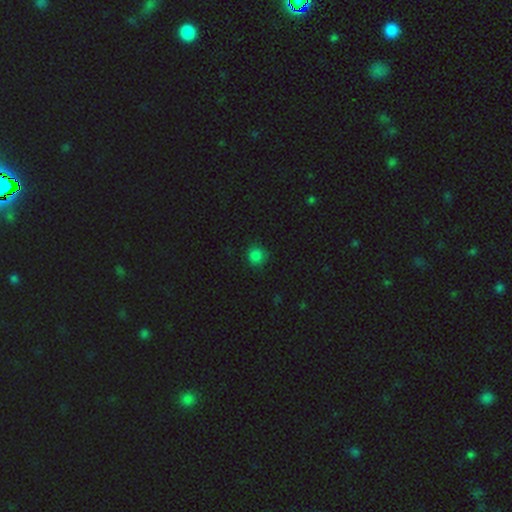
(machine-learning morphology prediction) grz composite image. It shows a smooth galaxy with no disk features (83%) that is round (93%). Merging: none (87%).